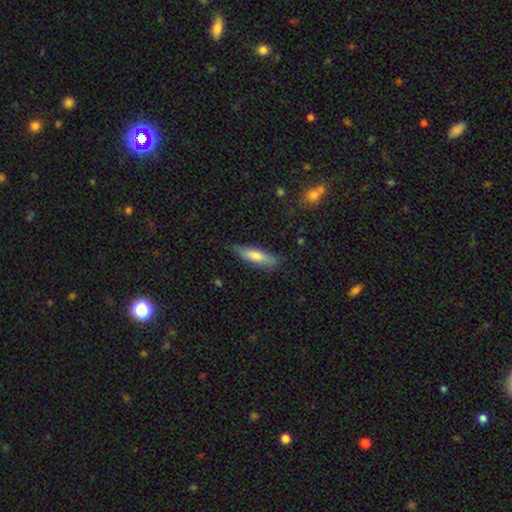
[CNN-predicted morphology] smooth-or-featured: smooth: 70% | featured or disk: 24% | star or artifact: 6%
  how-rounded: cigar-shaped: 66% | in between: 32% | round: 2%
  merging: none: 75% | minor disturbance: 19% | major disturbance: 4% | merger: 2%